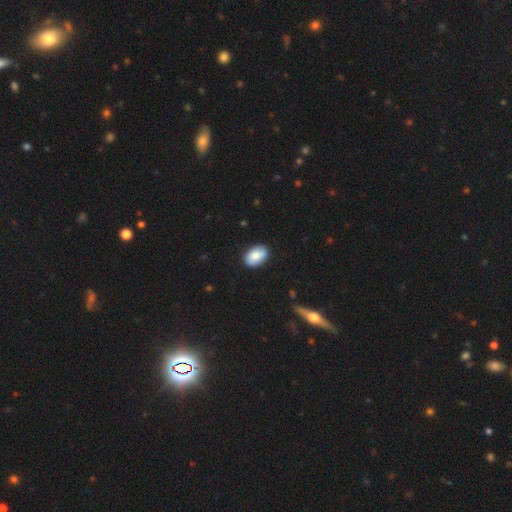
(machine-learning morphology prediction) The model was most divided on "smooth or featured": smooth: 81%, featured or disk: 13%, star or artifact: 6%. More confident: how rounded — in between (90%); merging — none (87%).